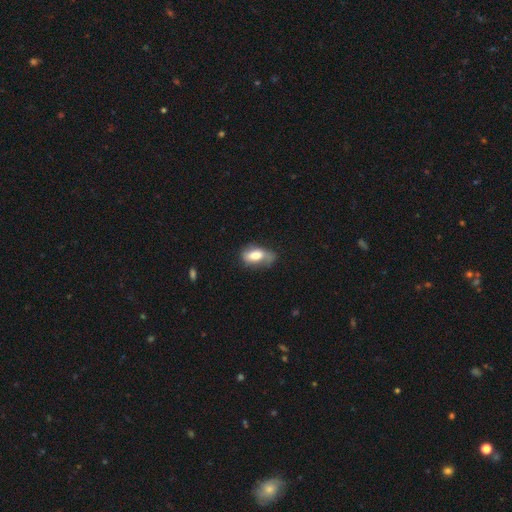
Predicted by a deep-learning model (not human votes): smooth 65%, featured or disk 27%, star or artifact 8%. Down the decision tree: how rounded — in between (88%); merging — none (45%).